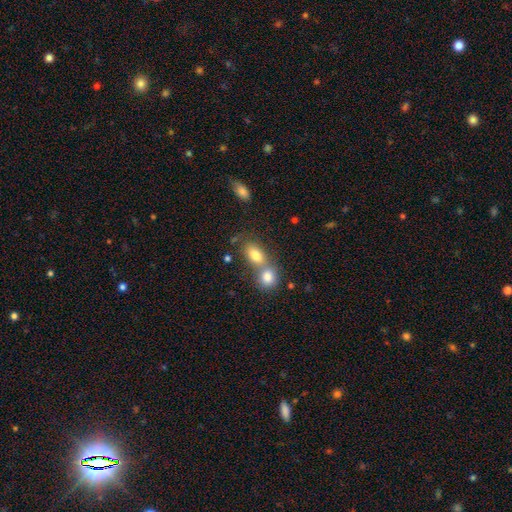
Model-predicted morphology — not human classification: A smooth galaxy with no disk features (78%) that is in between round and cigar-shaped (77%).

Vote fractions:
- Smooth or featured? smooth: 78% / featured or disk: 12% / star or artifact: 10%
- How rounded? in between: 77% / round: 20% / cigar-shaped: 3%
- Merging? merger: 56% / none: 33% / minor disturbance: 8% / major disturbance: 4%